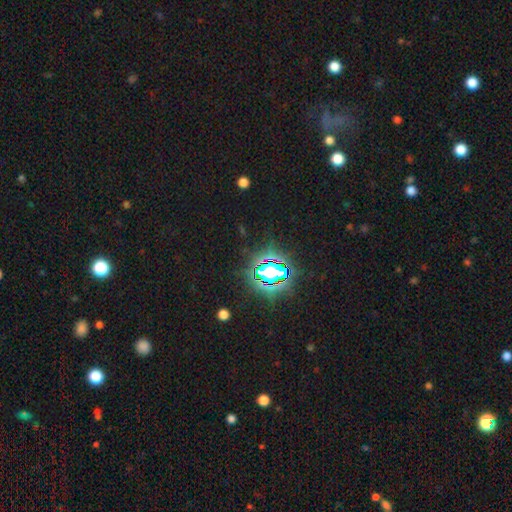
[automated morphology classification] Q: Smooth or featured?
A: star or artifact (79%); runner-up: smooth (13%)